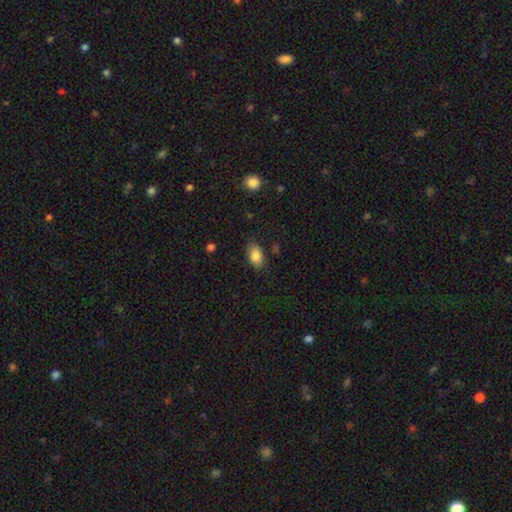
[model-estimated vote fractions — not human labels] smooth_or_featured: smooth (p=0.86) [alt: star or artifact p=0.08]
how_rounded: in between (p=0.90) [alt: round p=0.08]
merging: none (p=0.83) [alt: minor disturbance p=0.12]